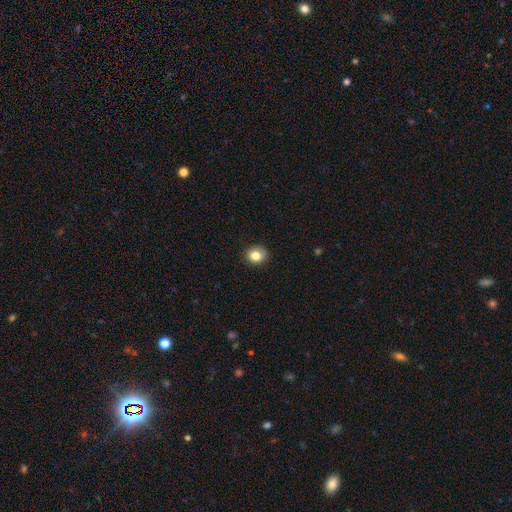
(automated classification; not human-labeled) Overall: smooth (83%). How rounded: round (68%; in between 31%). Merging: none (86%).